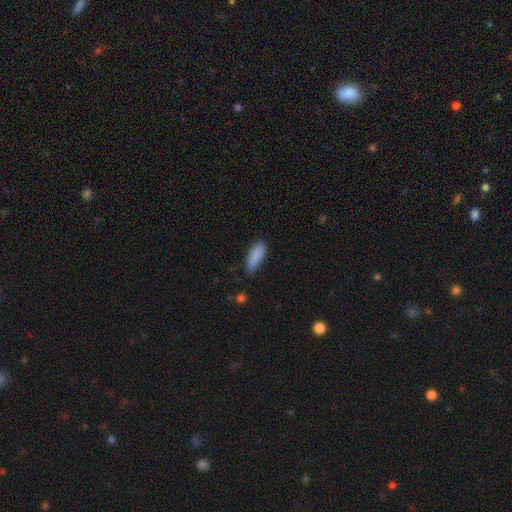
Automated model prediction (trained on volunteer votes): Q: Smooth or featured?
A: smooth (88%); runner-up: star or artifact (6%)
Q: How rounded?
A: in between (73%); runner-up: cigar-shaped (25%)
Q: Merging?
A: none (77%); runner-up: minor disturbance (19%)